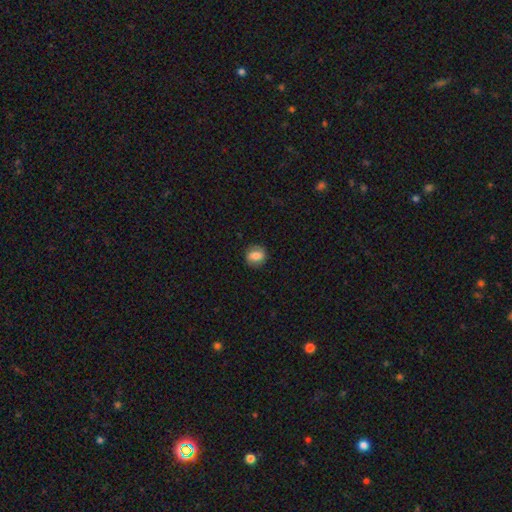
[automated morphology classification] This appears to be a smooth galaxy with no disk features (78%) that is round (56%). Merging: none (86%).